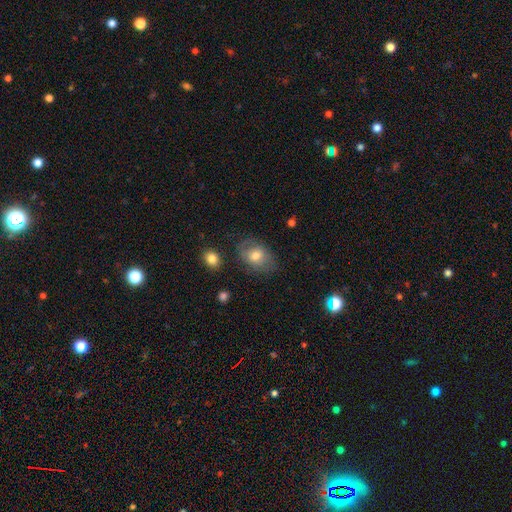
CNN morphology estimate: Smooth or featured? Predicted: smooth (p=0.66). How rounded? Predicted: in between (p=0.67). Merging? Predicted: none (p=0.68).